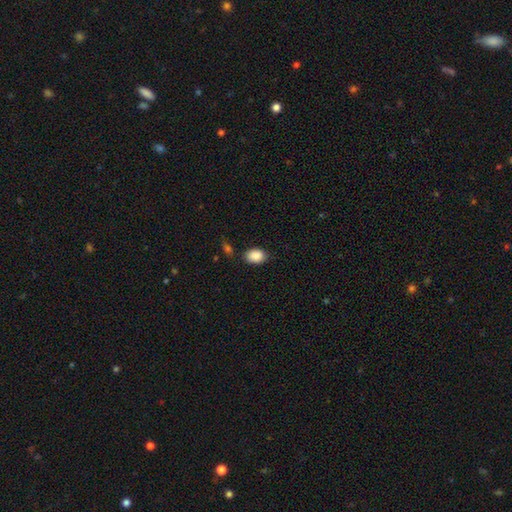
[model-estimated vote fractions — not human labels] smooth-or-featured: smooth: 88% | star or artifact: 8% | featured or disk: 4%
  how-rounded: in between: 77% | round: 21% | cigar-shaped: 1%
  merging: none: 78% | minor disturbance: 15% | major disturbance: 3% | merger: 3%